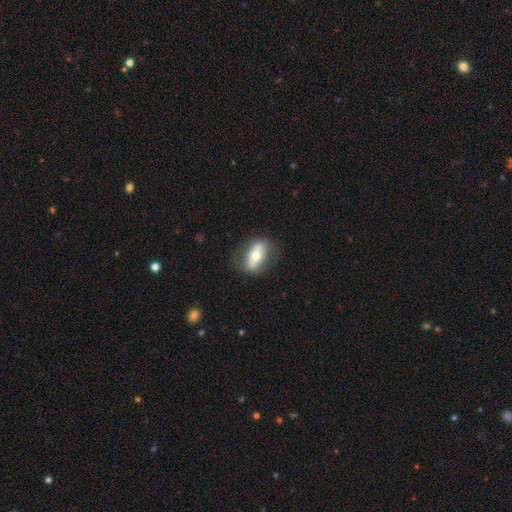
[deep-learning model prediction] smooth 48%, featured or disk 45%, star or artifact 6%. Down the decision tree: merging — none (77%).